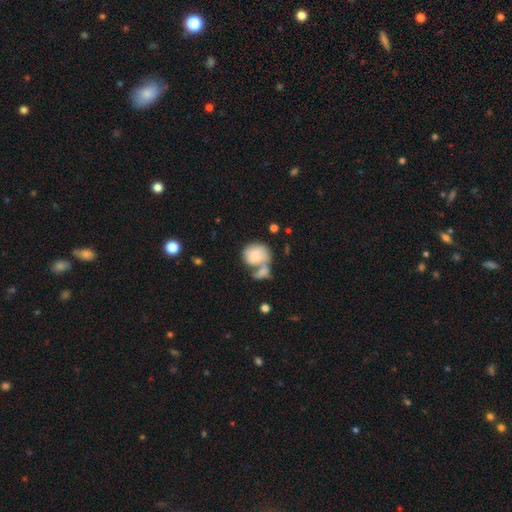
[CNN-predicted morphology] Smooth or featured: smooth — 63% (featured or disk — 30%)
How rounded: round — 68% (in between — 31%)
Merging: merger — 51% (none — 27%)